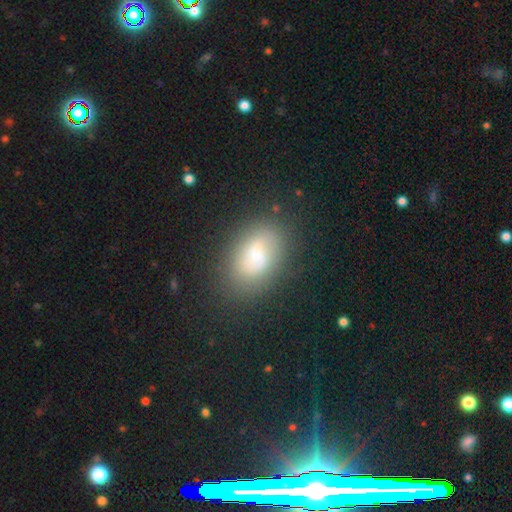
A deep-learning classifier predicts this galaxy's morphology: A smooth galaxy with no disk features (54%) that is in between round and cigar-shaped (81%). Merging: none (71%).